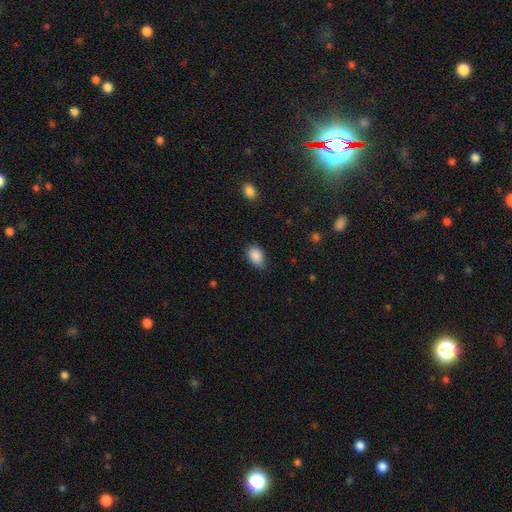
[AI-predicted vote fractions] A smooth galaxy with no disk features (89%) that is in between round and cigar-shaped (84%).

Vote fractions:
- Smooth or featured? smooth: 89% / star or artifact: 7% / featured or disk: 4%
- How rounded? in between: 84% / round: 15% / cigar-shaped: 1%
- Merging? none: 70% / minor disturbance: 25% / major disturbance: 4% / merger: 1%